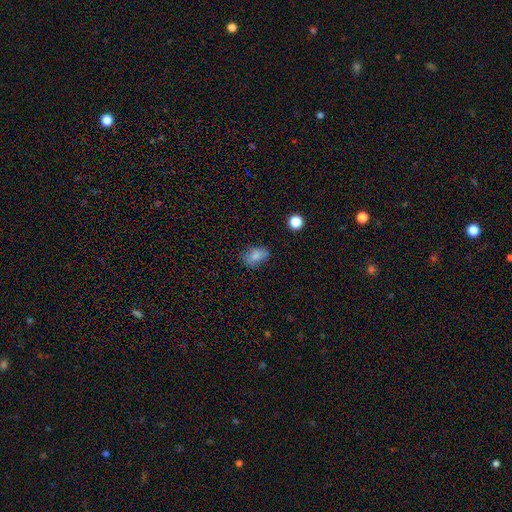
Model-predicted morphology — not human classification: Smooth or featured? Predicted: smooth (p=0.77). How rounded? Predicted: in between (p=0.82). Merging? Predicted: none (p=0.69).